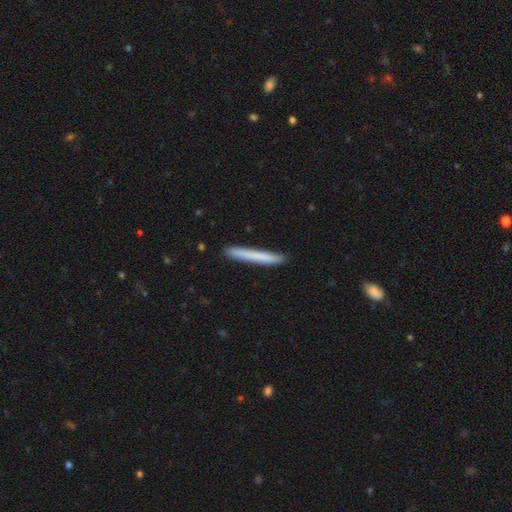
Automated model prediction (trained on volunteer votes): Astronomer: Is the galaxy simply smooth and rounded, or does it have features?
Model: smooth — 73%.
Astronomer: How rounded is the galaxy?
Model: cigar-shaped — 97%.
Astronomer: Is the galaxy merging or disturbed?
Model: none — 92%.